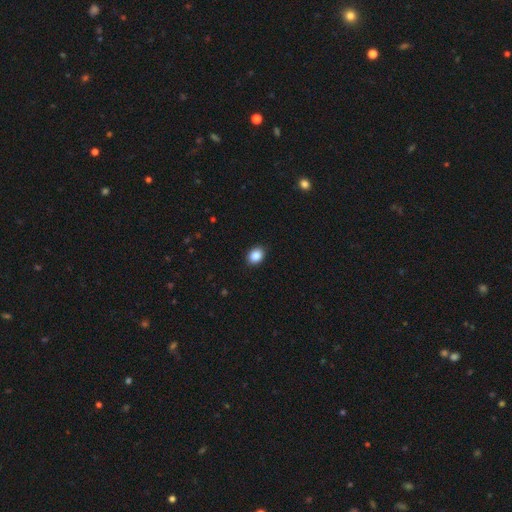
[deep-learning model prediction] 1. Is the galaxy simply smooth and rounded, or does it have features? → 88% smooth, 8% star or artifact, 3% featured or disk.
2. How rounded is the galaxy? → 61% in between, 38% round, 1% cigar-shaped.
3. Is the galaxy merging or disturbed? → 89% none, 8% minor disturbance, 2% major disturbance, 1% merger.